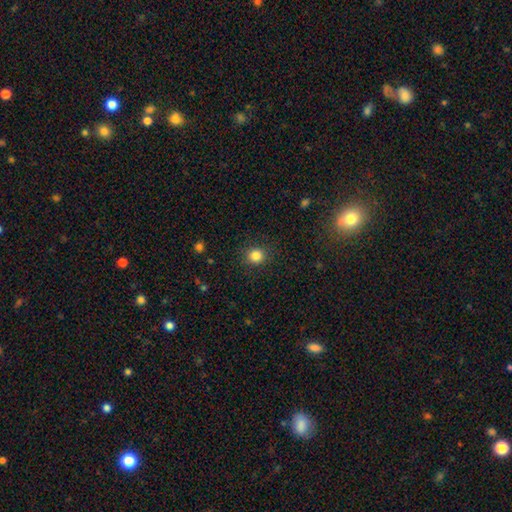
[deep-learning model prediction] smooth_or_featured: smooth (p=0.84) [alt: star or artifact p=0.11]
how_rounded: round (p=0.88) [alt: in between p=0.12]
merging: none (p=0.89) [alt: minor disturbance p=0.07]